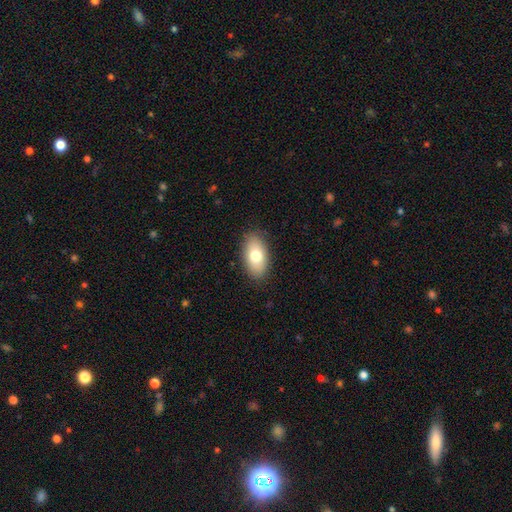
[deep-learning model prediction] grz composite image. It shows a smooth galaxy with no disk features (75%) that is in between round and cigar-shaped (92%). Merging: none (87%).